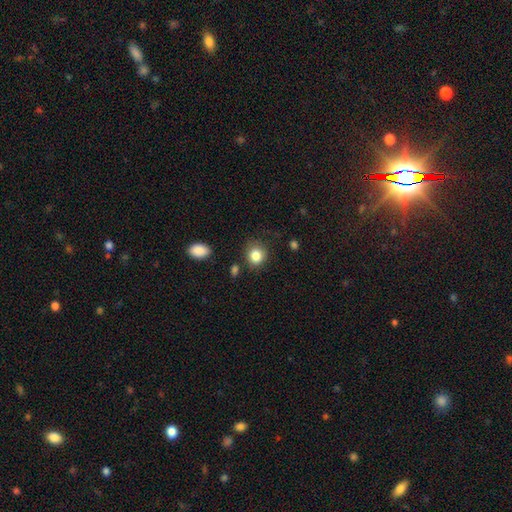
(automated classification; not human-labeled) Smooth or featured: smooth — 84% (star or artifact — 10%)
How rounded: round — 78% (in between — 21%)
Merging: none — 81% (minor disturbance — 12%)